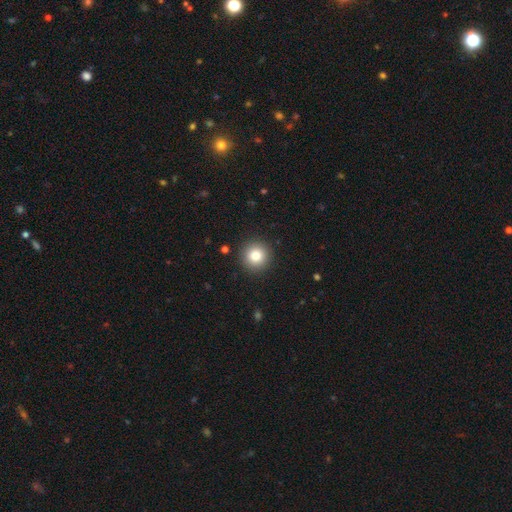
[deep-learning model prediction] Overall: smooth (81%). How rounded: round (95%). Merging: none (91%).